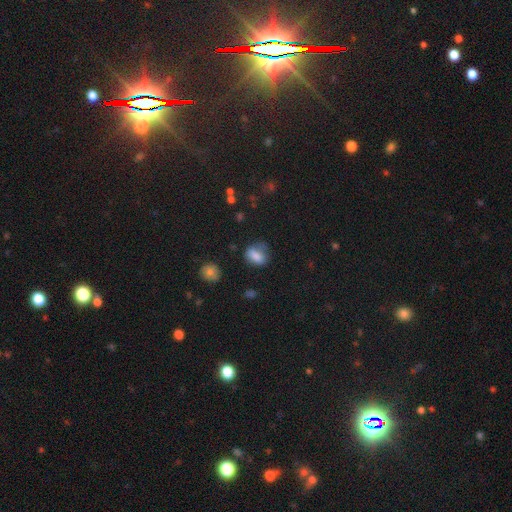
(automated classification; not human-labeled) Smooth or featured?
  - smooth: 77% *
  - featured or disk: 12%
  - star or artifact: 10%
How rounded?
  - in between: 69% *
  - round: 27%
  - cigar-shaped: 4%
Merging?
  - none: 54% *
  - minor disturbance: 29%
  - major disturbance: 14%
  - merger: 4%